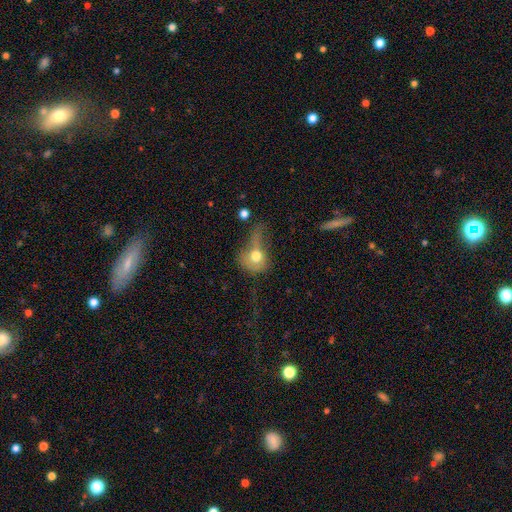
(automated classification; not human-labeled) Smooth or featured? smooth (68%)
How rounded? round (53%)
Merging? major disturbance (53%)